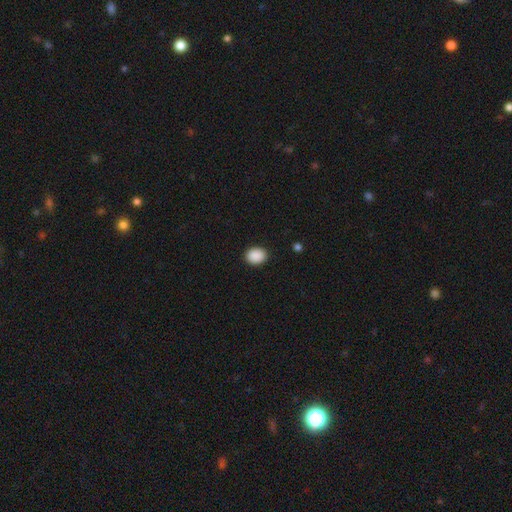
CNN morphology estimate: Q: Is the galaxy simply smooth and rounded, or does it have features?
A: smooth — 90%.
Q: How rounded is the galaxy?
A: in between — 56%.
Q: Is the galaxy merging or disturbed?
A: none — 90%.